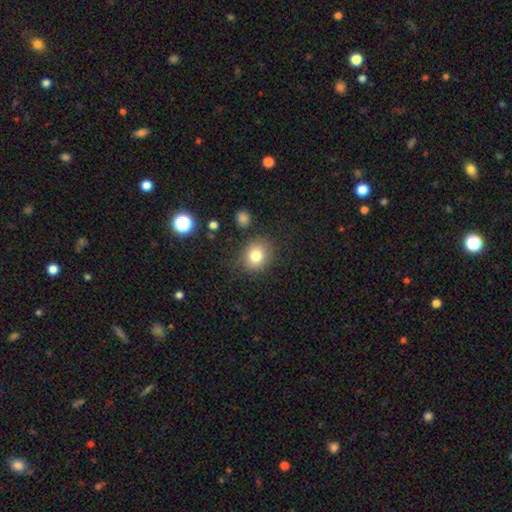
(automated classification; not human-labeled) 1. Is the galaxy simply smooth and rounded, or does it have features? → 80% smooth, 11% star or artifact, 9% featured or disk.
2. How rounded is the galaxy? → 69% round, 31% in between, 1% cigar-shaped.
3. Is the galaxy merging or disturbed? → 83% none, 11% minor disturbance, 4% major disturbance, 3% merger.